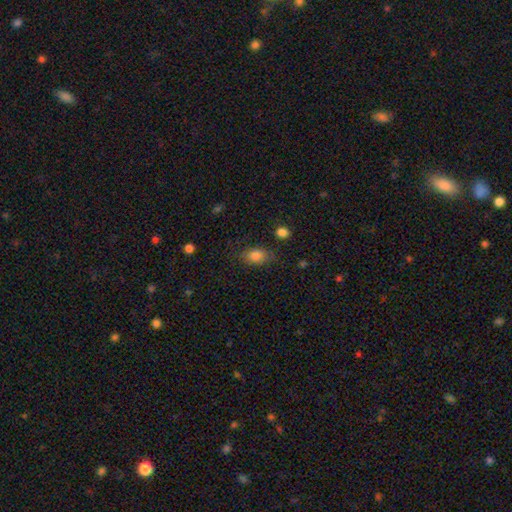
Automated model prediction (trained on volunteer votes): The model was most divided on "merging": none: 73%, minor disturbance: 19%, major disturbance: 6%, merger: 2%. More confident: smooth or featured — smooth (82%); how rounded — in between (81%).